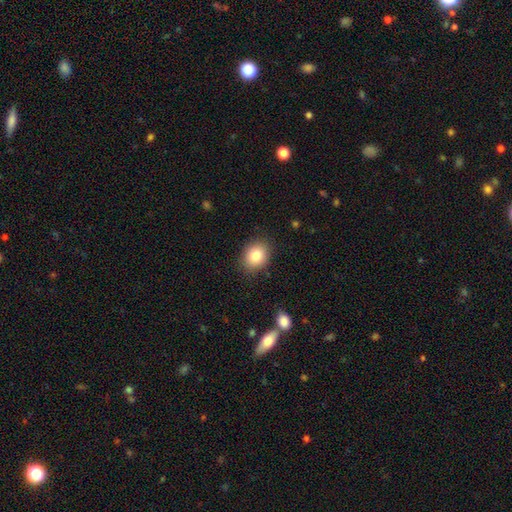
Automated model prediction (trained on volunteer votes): Q: Smooth or featured?
A: smooth (83%); runner-up: star or artifact (9%)
Q: How rounded?
A: round (51%); runner-up: in between (48%)
Q: Merging?
A: none (87%); runner-up: minor disturbance (9%)